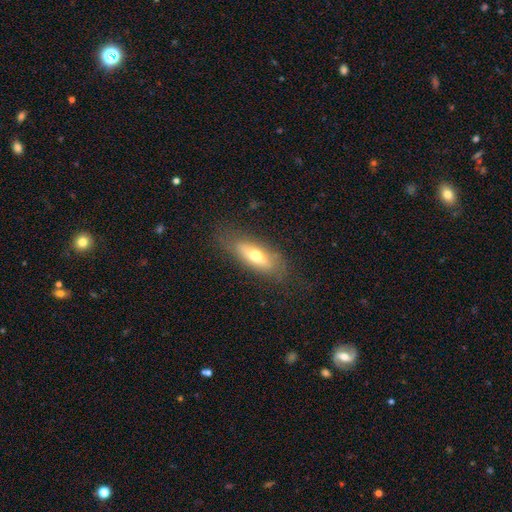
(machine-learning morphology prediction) This is possibly a smooth galaxy (55%). How rounded: possibly in between (58%). Merging: likely none (74%).